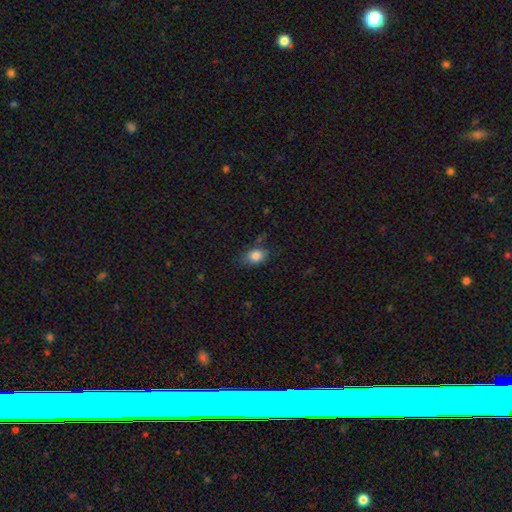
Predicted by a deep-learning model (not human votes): smooth-or-featured: smooth: 85% | star or artifact: 9% | featured or disk: 6%
  how-rounded: in between: 75% | round: 23% | cigar-shaped: 2%
  merging: none: 72% | minor disturbance: 21% | major disturbance: 5% | merger: 2%